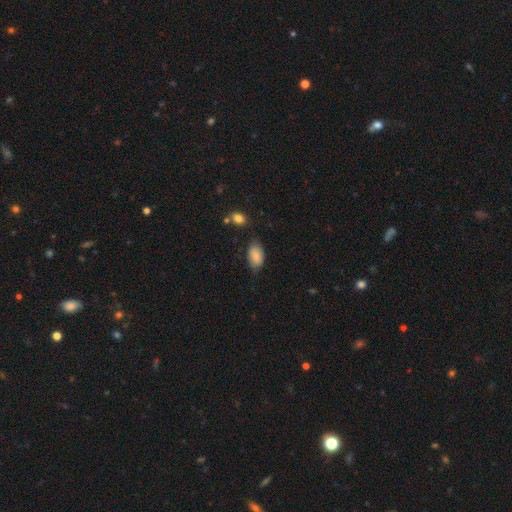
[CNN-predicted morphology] A smooth galaxy with no disk features (85%) that is in between round and cigar-shaped (93%).

Vote fractions:
- Smooth or featured? smooth: 85% / featured or disk: 8% / star or artifact: 7%
- How rounded? in between: 93% / round: 5% / cigar-shaped: 2%
- Merging? none: 70% / minor disturbance: 23% / major disturbance: 5% / merger: 3%